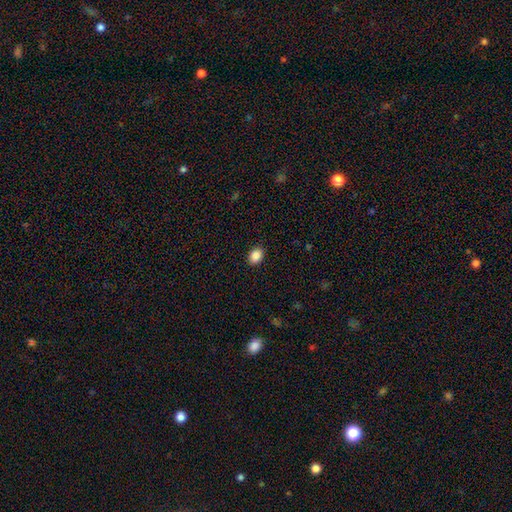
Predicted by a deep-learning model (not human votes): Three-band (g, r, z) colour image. It shows a smooth galaxy with no disk features (87%) that is in between round and cigar-shaped (71%). Merging: none (90%).